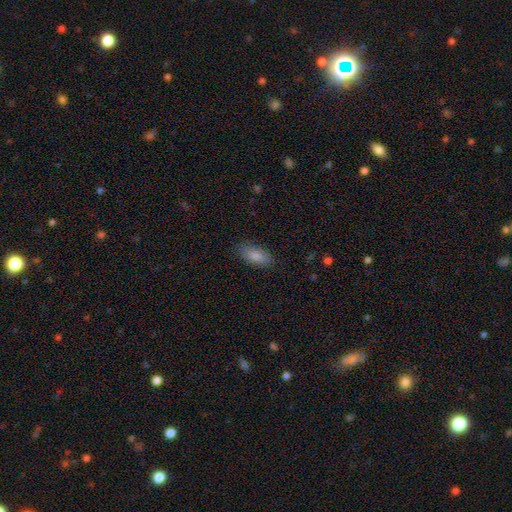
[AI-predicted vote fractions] Smooth or featured?
  - smooth: 85% *
  - featured or disk: 9%
  - star or artifact: 7%
How rounded?
  - in between: 88% *
  - cigar-shaped: 9%
  - round: 2%
Merging?
  - none: 85% *
  - minor disturbance: 11%
  - major disturbance: 3%
  - merger: 1%